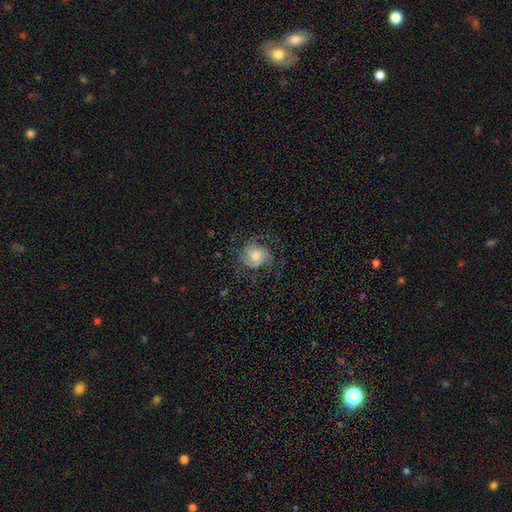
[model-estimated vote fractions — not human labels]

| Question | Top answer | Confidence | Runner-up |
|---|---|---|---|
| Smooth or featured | featured or disk | 78% | smooth (14%) |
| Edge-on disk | no | 98% | yes (2%) |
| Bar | no | 64% | weak (30%) |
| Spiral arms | yes | 95% | no (5%) |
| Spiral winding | medium | 44% | tight (41%) |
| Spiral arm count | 2 | 37% | 3 (30%) |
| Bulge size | moderate | 56% | small (27%) |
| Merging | none | 68% | minor disturbance (16%) |